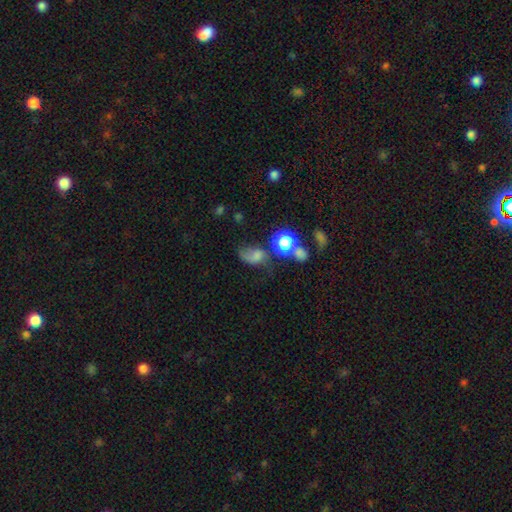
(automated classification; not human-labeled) This appears to be a smooth galaxy with no disk features (56%) that is in between round and cigar-shaped (65%). Merging: major disturbance (33%).